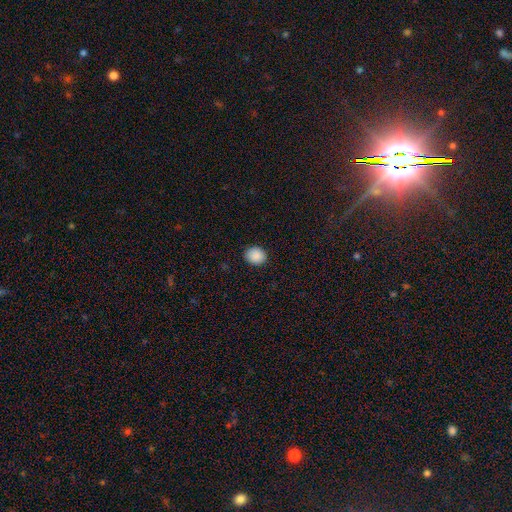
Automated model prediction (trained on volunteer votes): Smooth or featured? smooth (89%)
How rounded? round (66%)
Merging? none (90%)